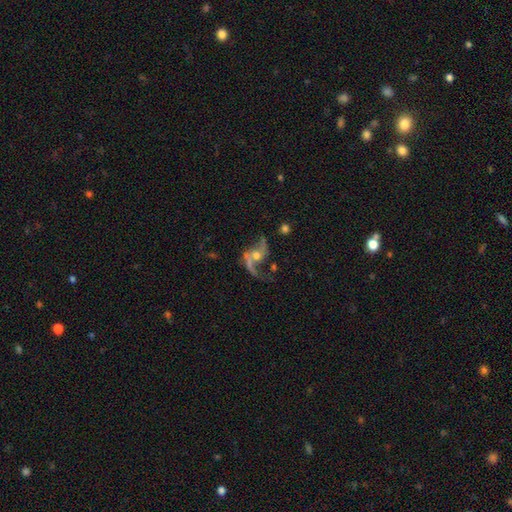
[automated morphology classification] This appears to be a featured or disk galaxy (87%) with no bar (59%), 2 (90%) loose (79%) spiral arms (95%) and a moderate central bulge (55%). Merging: none (57%).